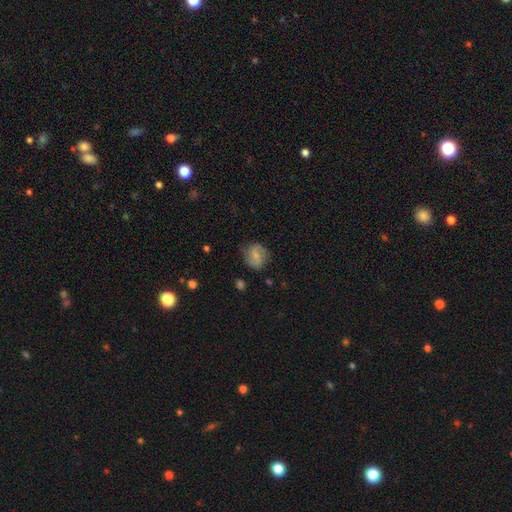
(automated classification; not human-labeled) This is possibly a smooth galaxy (49%). Merging: likely none (76%).